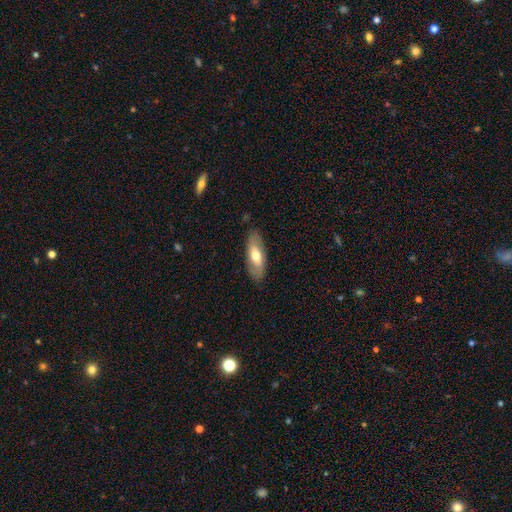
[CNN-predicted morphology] smooth 57%, featured or disk 37%, star or artifact 6%. Down the decision tree: how rounded — in between (73%); merging — none (84%).